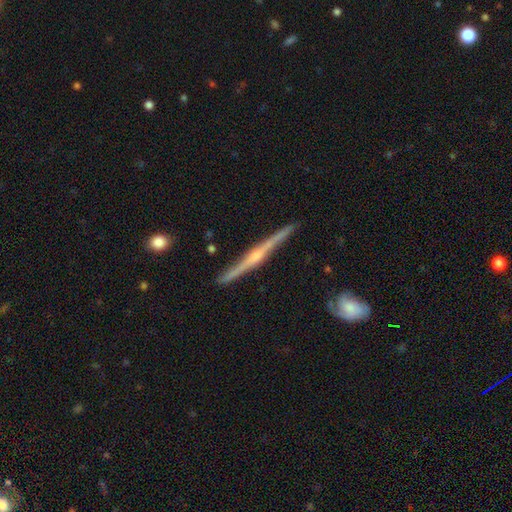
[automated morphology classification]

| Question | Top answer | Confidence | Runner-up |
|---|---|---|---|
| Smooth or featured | featured or disk | 83% | smooth (12%) |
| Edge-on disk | yes | 98% | no (2%) |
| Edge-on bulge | rounded | 77% | none (16%) |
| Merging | none | 88% | minor disturbance (9%) |